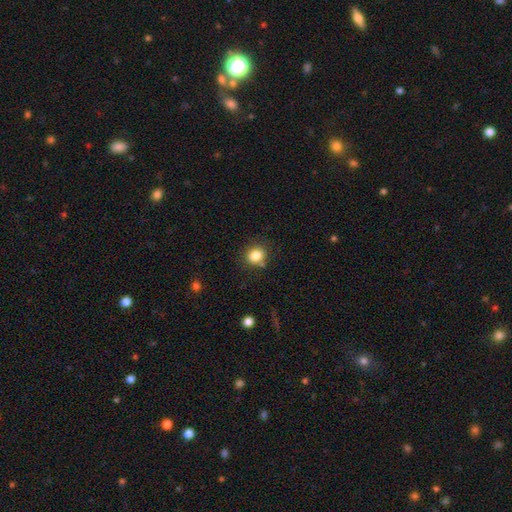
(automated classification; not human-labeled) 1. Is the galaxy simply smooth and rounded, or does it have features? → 84% smooth, 11% star or artifact, 5% featured or disk.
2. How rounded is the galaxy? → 77% round, 22% in between, 1% cigar-shaped.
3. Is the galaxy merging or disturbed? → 79% none, 12% minor disturbance, 6% merger, 4% major disturbance.